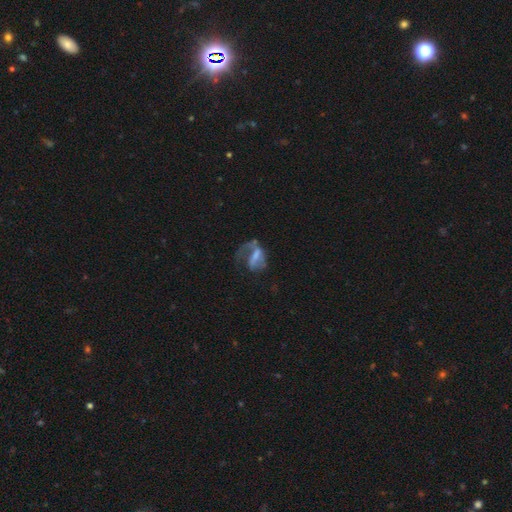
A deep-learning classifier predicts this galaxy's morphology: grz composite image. It shows a featured or disk galaxy (58%) with a weak bar (36%), spiral arms (59%) and no central bulge (43%). Merging: major disturbance (52%).